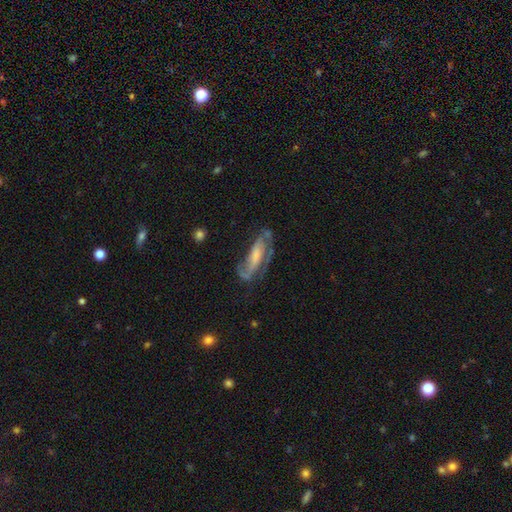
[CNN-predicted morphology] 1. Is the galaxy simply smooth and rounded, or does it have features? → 72% featured or disk, 21% smooth, 7% star or artifact.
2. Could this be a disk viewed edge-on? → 86% no, 14% yes.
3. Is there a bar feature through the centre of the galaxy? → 44% no, 34% weak, 22% strong.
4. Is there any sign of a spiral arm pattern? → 86% yes, 14% no.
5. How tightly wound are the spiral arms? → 44% medium, 28% loose, 27% tight.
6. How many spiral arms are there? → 65% 2, 15% can't tell, 13% 1, 3% 3, 1% 4, 1% more than 4.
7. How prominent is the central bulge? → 36% small, 28% moderate, 22% none, 11% large, 2% dominant.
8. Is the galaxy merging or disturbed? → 48% none, 26% major disturbance, 23% minor disturbance, 4% merger.